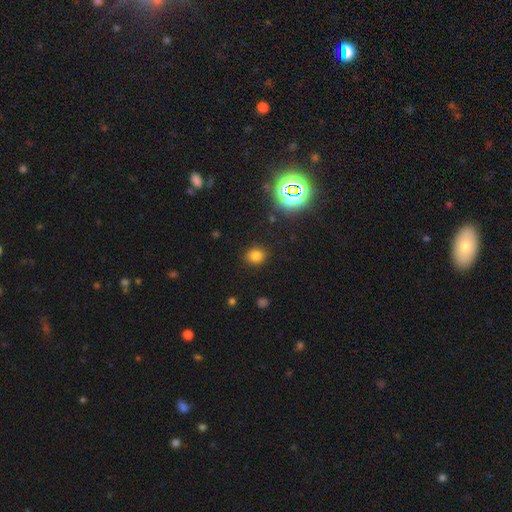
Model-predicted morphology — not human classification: The model was most divided on "how rounded": round: 70%, in between: 29%, cigar-shaped: 1%. More confident: merging — none (88%); smooth or featured — smooth (77%).